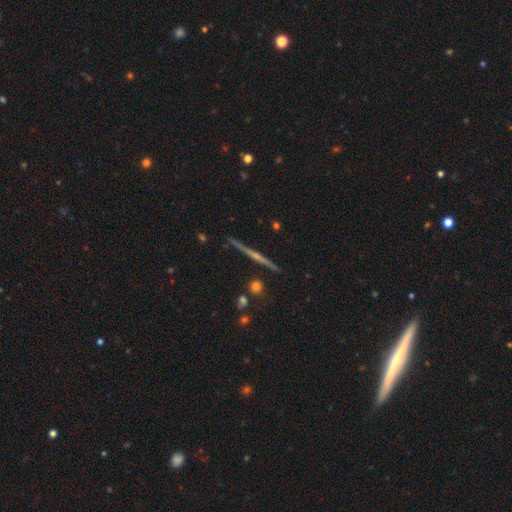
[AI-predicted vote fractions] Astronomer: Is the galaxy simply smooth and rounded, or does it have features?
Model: featured or disk — 80%.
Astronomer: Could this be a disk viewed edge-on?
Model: yes — 98%.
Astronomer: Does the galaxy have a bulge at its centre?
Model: rounded — 71%.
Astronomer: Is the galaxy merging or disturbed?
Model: none — 91%.